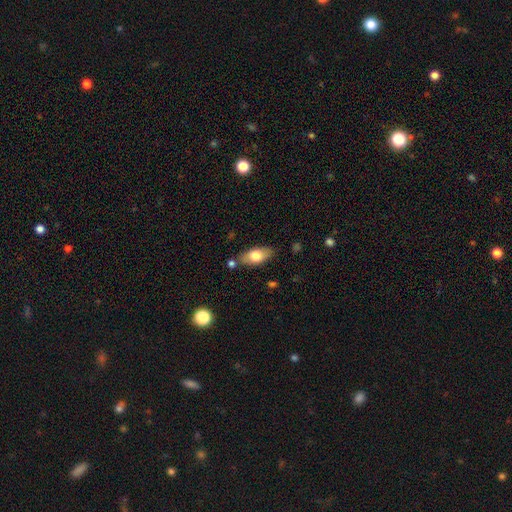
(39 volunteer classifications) Smooth or featured: smooth — 72% (featured or disk — 23%)
How rounded: in between — 93% (round — 4%)
Merging: none — 73% (minor disturbance — 11%)